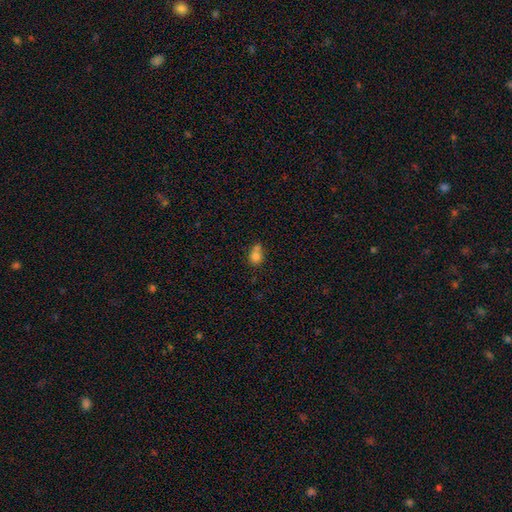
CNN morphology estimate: A smooth galaxy with no disk features (78%) that is round (59%). Merging: merger (42%).